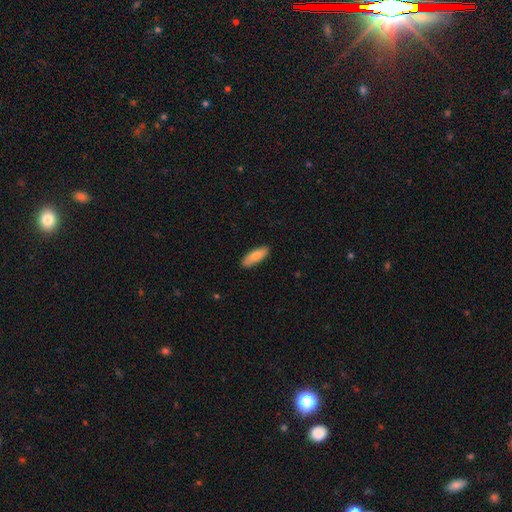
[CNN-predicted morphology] Overall: smooth (77%). How rounded: in between (61%; cigar-shaped 37%). Merging: none (88%).